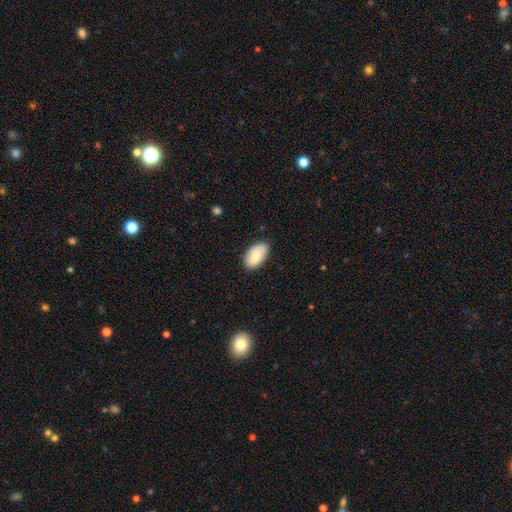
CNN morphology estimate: smooth-or-featured: smooth: 79% | featured or disk: 14% | star or artifact: 6%
  how-rounded: in between: 95% | round: 3% | cigar-shaped: 2%
  merging: none: 81% | minor disturbance: 16% | major disturbance: 3% | merger: 1%